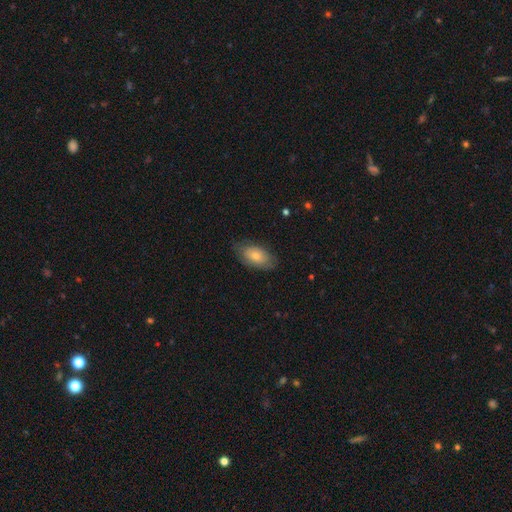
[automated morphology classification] type=smooth (69%); roundness=in between (93%); merging=none (73%).